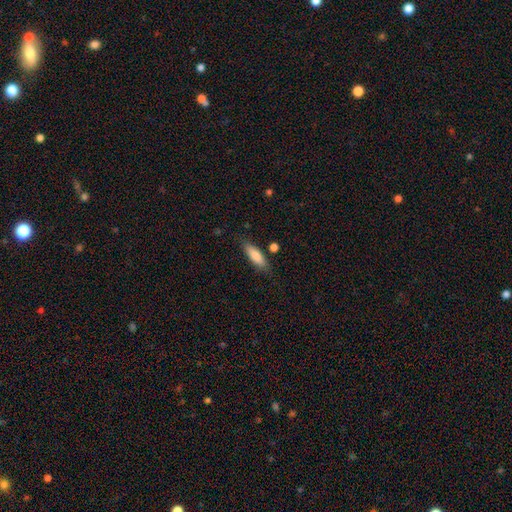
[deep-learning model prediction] Smooth or featured?
  - smooth: 81% *
  - featured or disk: 13%
  - star or artifact: 6%
How rounded?
  - cigar-shaped: 53% *
  - in between: 45%
  - round: 2%
Merging?
  - none: 79% *
  - minor disturbance: 14%
  - merger: 4%
  - major disturbance: 3%